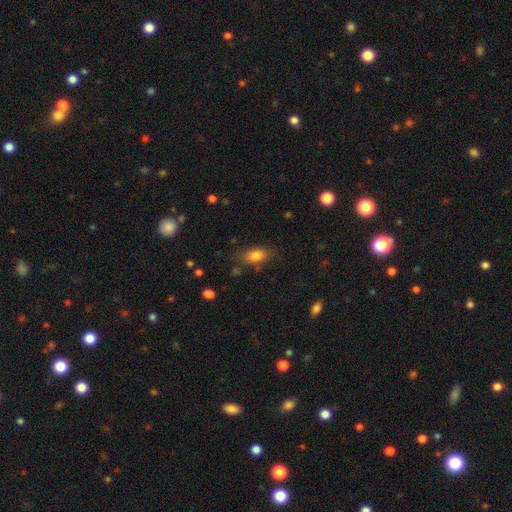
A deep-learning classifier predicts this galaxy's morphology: Overall: smooth (81%). How rounded: in between (84%). Merging: none (76%).